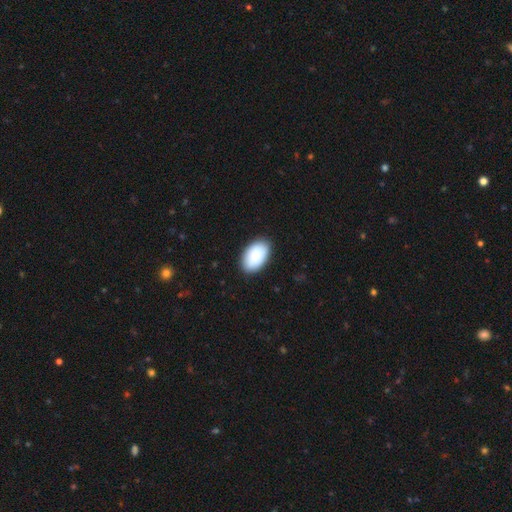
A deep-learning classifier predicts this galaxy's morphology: Q: Smooth or featured?
A: smooth (87%); runner-up: featured or disk (7%)
Q: How rounded?
A: in between (93%); runner-up: round (6%)
Q: Merging?
A: none (87%); runner-up: minor disturbance (10%)